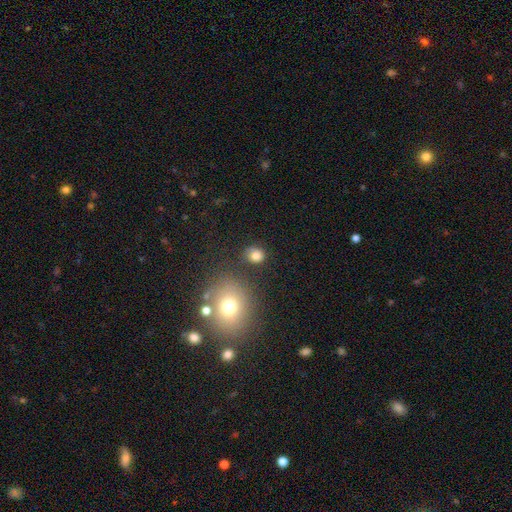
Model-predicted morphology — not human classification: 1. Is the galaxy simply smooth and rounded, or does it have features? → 80% smooth, 12% star or artifact, 7% featured or disk.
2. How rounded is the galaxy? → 70% round, 29% in between, 1% cigar-shaped.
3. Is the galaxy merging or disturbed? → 74% none, 14% minor disturbance, 7% merger, 5% major disturbance.